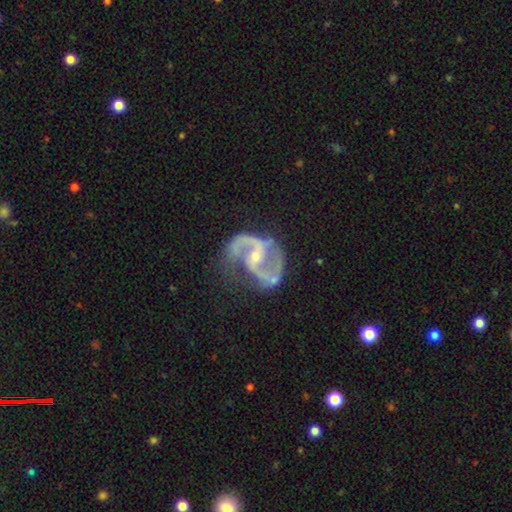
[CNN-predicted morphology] Q: Smooth or featured?
A: featured or disk (91%); runner-up: star or artifact (5%)
Q: Edge-on disk?
A: no (98%); runner-up: yes (2%)
Q: Bar?
A: weak (42%); runner-up: no (29%)
Q: Spiral arms?
A: yes (96%); runner-up: no (4%)
Q: Spiral winding?
A: medium (55%); runner-up: loose (33%)
Q: Spiral arm count?
A: 2 (91%); runner-up: 1 (3%)
Q: Bulge size?
A: small (56%); runner-up: moderate (40%)
Q: Merging?
A: none (55%); runner-up: minor disturbance (24%)